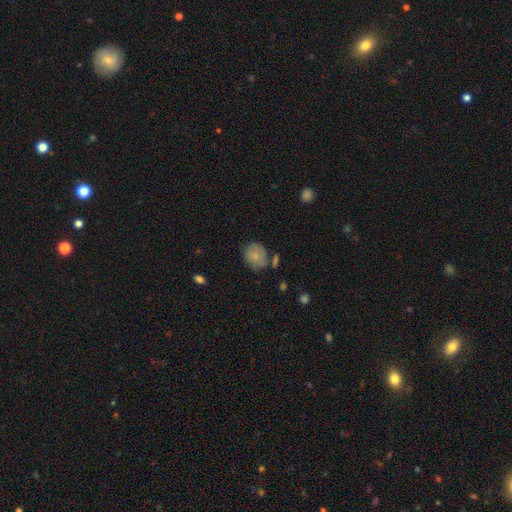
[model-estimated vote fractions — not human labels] Overall: smooth (78%). How rounded: round (70%). Merging: none (64%).